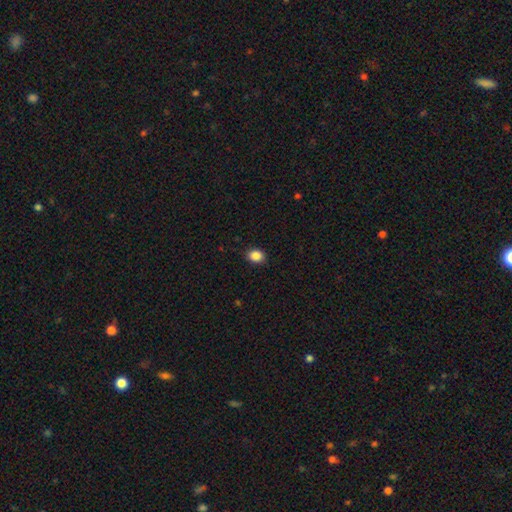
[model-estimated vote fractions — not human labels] Morphology: type=smooth (87%); roundness=in between (56%); merging=none (88%).